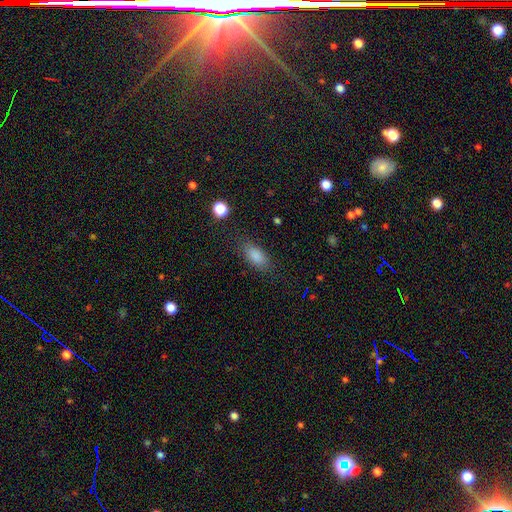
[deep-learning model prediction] Smooth or featured? smooth (86%)
How rounded? in between (86%)
Merging? none (81%)